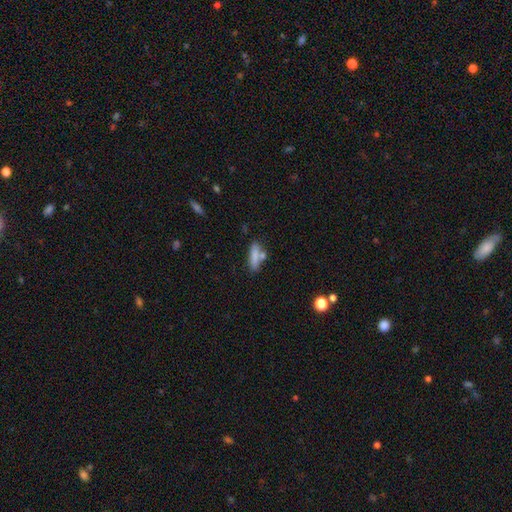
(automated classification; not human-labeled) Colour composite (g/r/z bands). It shows a smooth galaxy with no disk features (79%) that is cigar-shaped (60%). Merging: none (64%).